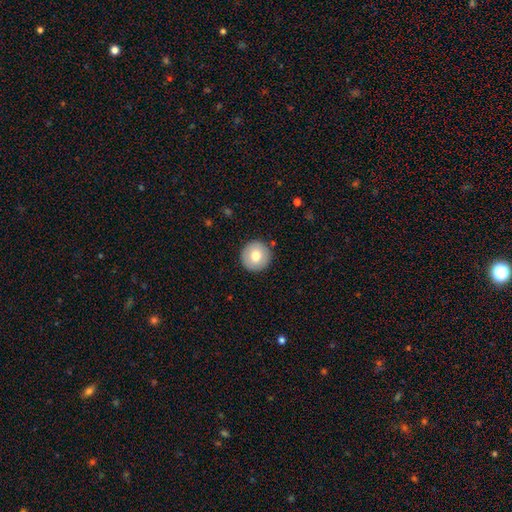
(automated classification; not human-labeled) This is likely a smooth galaxy (74%). How rounded: clearly round (96%). Merging: clearly none (91%).